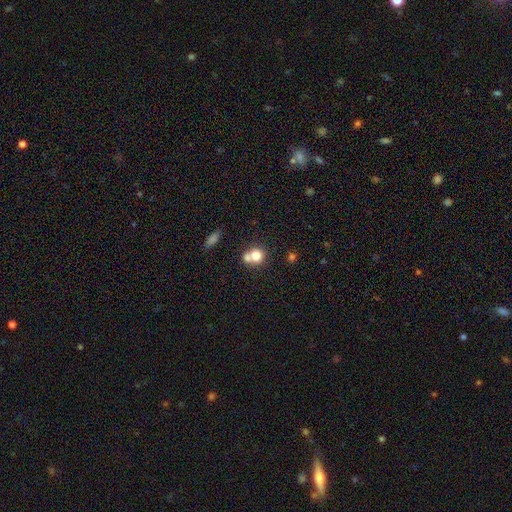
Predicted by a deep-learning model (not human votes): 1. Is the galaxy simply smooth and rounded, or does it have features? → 74% smooth, 15% featured or disk, 11% star or artifact.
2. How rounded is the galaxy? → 78% round, 21% in between, 1% cigar-shaped.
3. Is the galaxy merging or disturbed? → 49% merger, 38% none, 9% minor disturbance, 4% major disturbance.